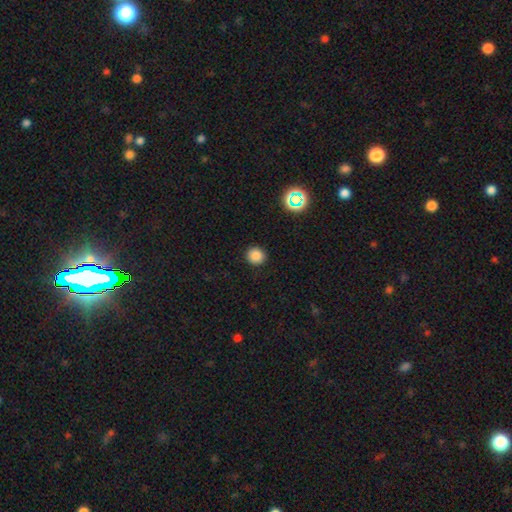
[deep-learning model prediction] A smooth galaxy with no disk features (83%) that is round (89%). Merging: none (91%).